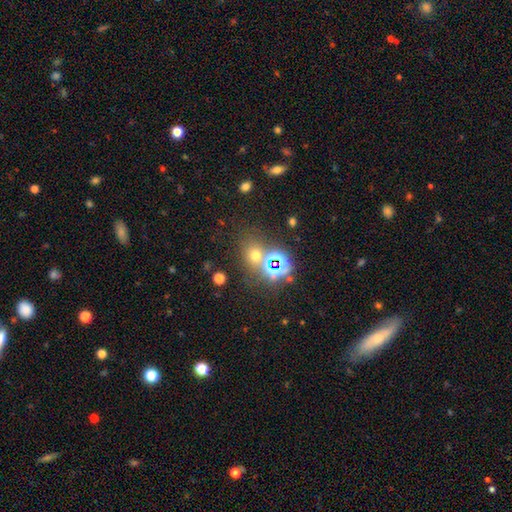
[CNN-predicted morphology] A smooth galaxy with no disk features (50%) that is round (69%).

Vote fractions:
- Smooth or featured? smooth: 50% / star or artifact: 41% / featured or disk: 9%
- How rounded? round: 69% / in between: 30% / cigar-shaped: 1%
- Merging? none: 68% / merger: 17% / minor disturbance: 10% / major disturbance: 5%